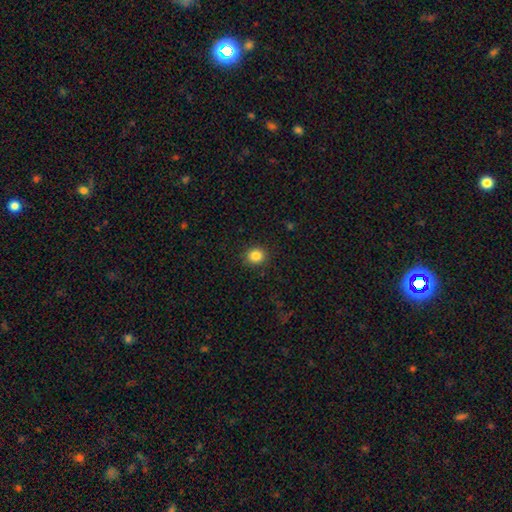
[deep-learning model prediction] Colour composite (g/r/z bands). It shows a smooth galaxy with no disk features (85%) that is round (86%). Merging: none (91%).